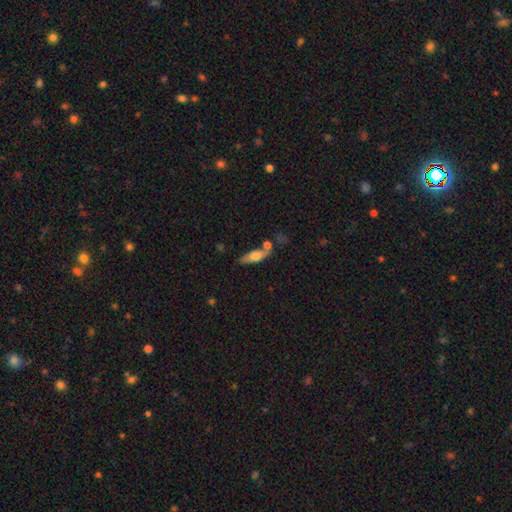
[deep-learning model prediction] Smooth or featured? smooth (60%)
How rounded? in between (51%)
Merging? none (61%)